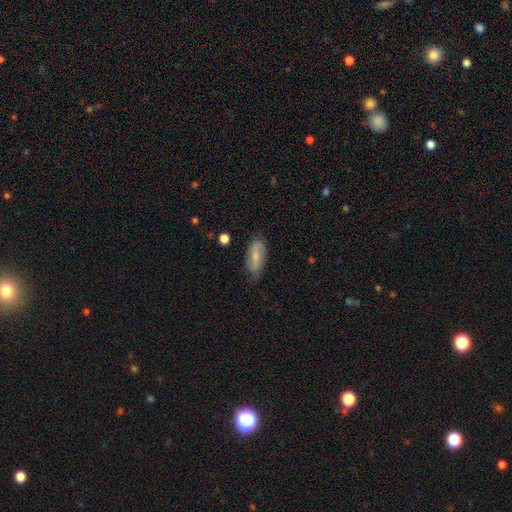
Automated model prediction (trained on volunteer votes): Morphology: type=smooth (47%); merging=none (78%).